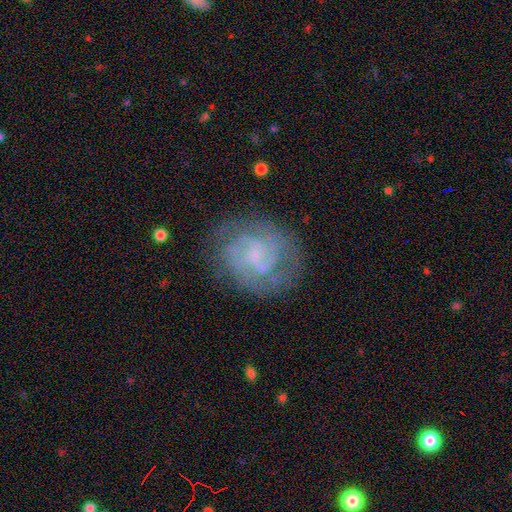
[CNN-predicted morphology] A featured or disk galaxy (75%) with no bar (55%), can't tell (33%, tied with 2) tight (46%) spiral arms (86%) and a small central bulge (51%).

Vote fractions:
- Smooth or featured? featured or disk: 75% / smooth: 17% / star or artifact: 8%
- Edge-on disk? no: 98% / yes: 2%
- Bar? no: 55% / weak: 38% / strong: 6%
- Spiral arms? yes: 86% / no: 14%
- Spiral winding? tight: 46% / medium: 40% / loose: 14%
- Spiral arm count? can't tell: 33% (tied) / 2: 33% (tied) / 3: 19% / 4: 6% / 1: 5% / more than 4: 4%
- Bulge size? small: 51% / none: 31% / moderate: 15% / large: 2% / dominant: 1%
- Merging? none: 70% / minor disturbance: 17% / major disturbance: 11% / merger: 2%